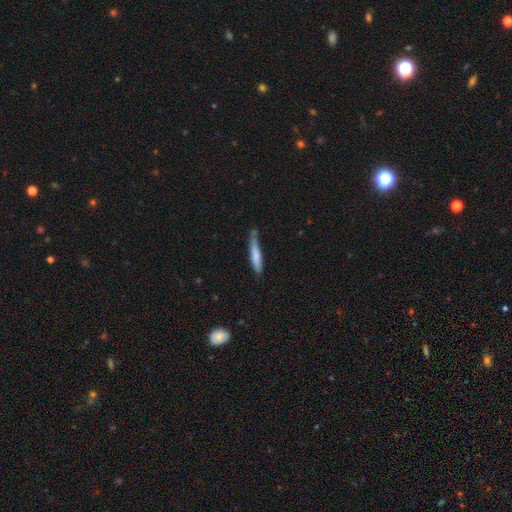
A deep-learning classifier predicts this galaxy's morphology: type=smooth (73%); roundness=cigar-shaped (90%); merging=none (56%).